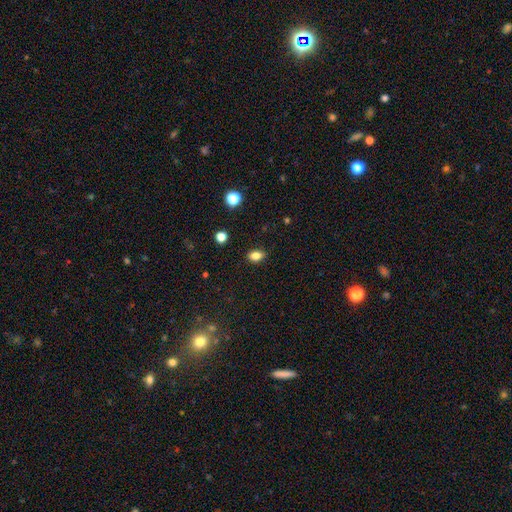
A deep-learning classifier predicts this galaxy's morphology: Smooth or featured? Predicted: smooth (p=0.83). How rounded? Predicted: in between (p=0.80). Merging? Predicted: none (p=0.87).